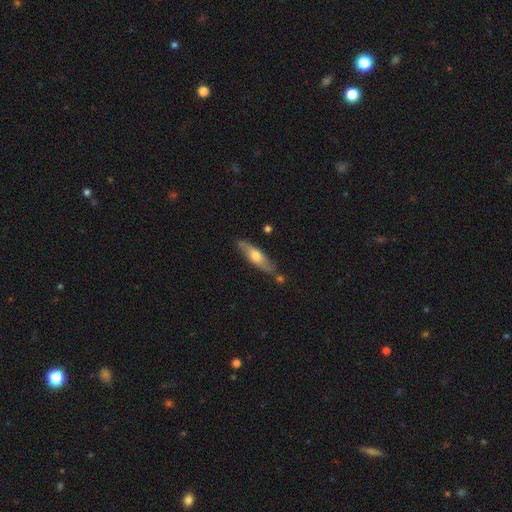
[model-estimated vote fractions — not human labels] Smooth or featured?
  - smooth: 50% *
  - featured or disk: 44%
  - star or artifact: 6%
How rounded?
  - cigar-shaped: 66% *
  - in between: 32%
  - round: 2%
Merging?
  - none: 76% *
  - minor disturbance: 15%
  - merger: 6%
  - major disturbance: 3%